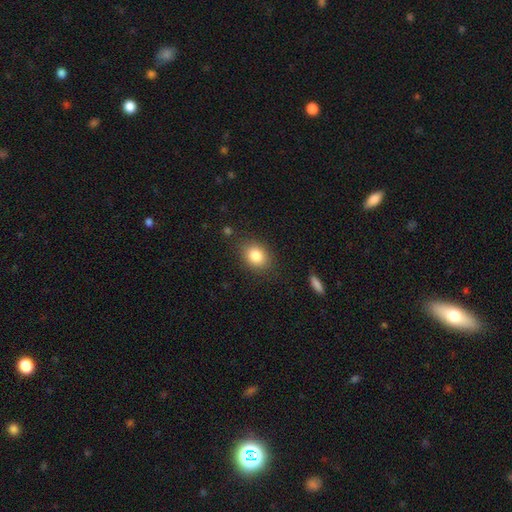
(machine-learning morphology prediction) Smooth or featured? Predicted: smooth (p=0.84). How rounded? Predicted: in between (p=0.55). Merging? Predicted: none (p=0.82).